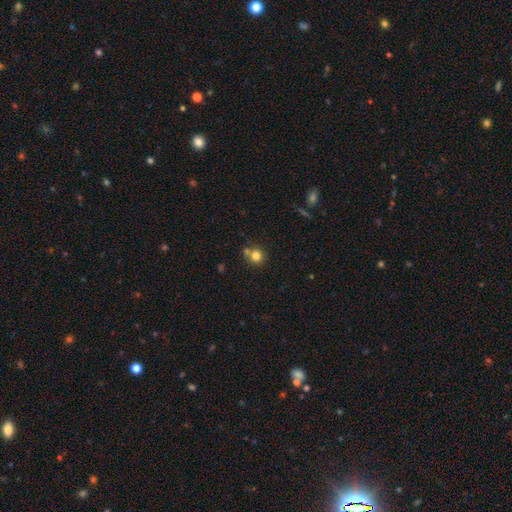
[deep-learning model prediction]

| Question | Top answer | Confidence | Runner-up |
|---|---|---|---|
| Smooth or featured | smooth | 80% | star or artifact (12%) |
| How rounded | round | 90% | in between (9%) |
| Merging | none | 65% | merger (23%) |